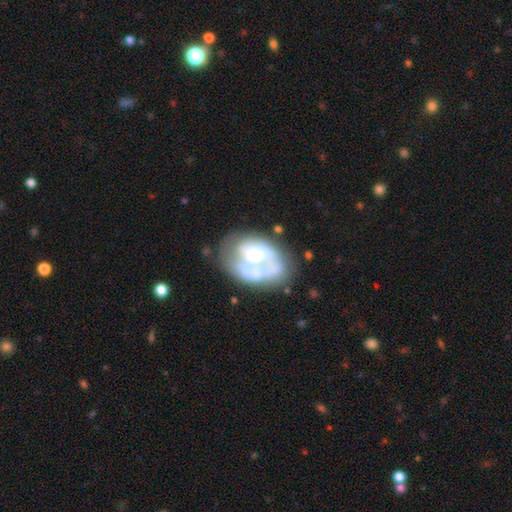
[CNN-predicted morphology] Smooth or featured?
  - featured or disk: 62% *
  - smooth: 30%
  - star or artifact: 8%
Edge-on disk?
  - no: 97% *
  - yes: 3%
Bar?
  - no: 78% *
  - weak: 17%
  - strong: 5%
Spiral arms?
  - no: 71% *
  - yes: 29%
Bulge size?
  - moderate: 44% *
  - small: 28%
  - none: 16%
  - large: 9%
  - dominant: 2%
Merging?
  - none: 39% *
  - major disturbance: 23%
  - minor disturbance: 22%
  - merger: 15%